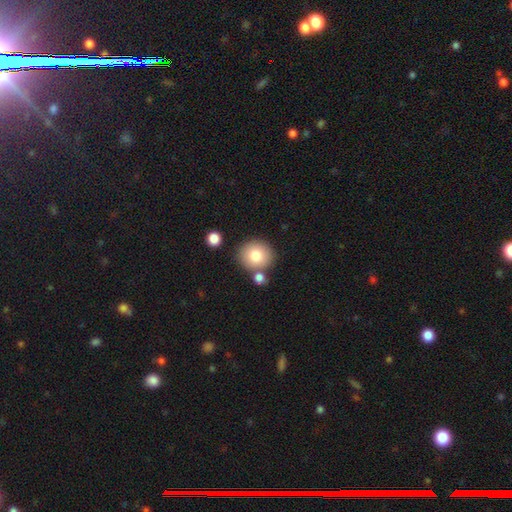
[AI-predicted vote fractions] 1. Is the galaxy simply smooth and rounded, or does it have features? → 80% smooth, 11% featured or disk, 9% star or artifact.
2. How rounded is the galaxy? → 85% round, 14% in between, 1% cigar-shaped.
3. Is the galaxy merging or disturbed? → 73% none, 14% merger, 10% minor disturbance, 3% major disturbance.